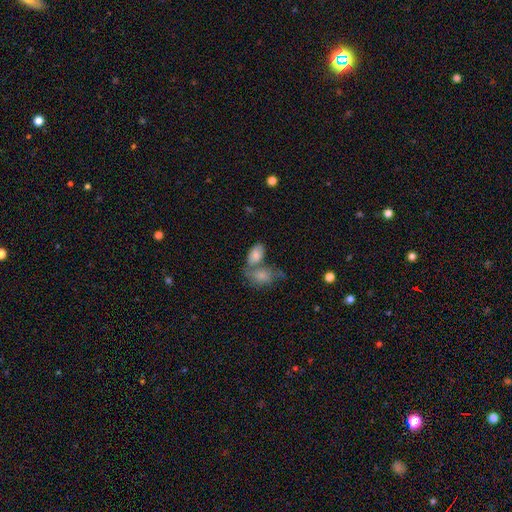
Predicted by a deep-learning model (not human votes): smooth-or-featured: smooth: 80% | featured or disk: 13% | star or artifact: 7%
  how-rounded: in between: 92% | round: 6% | cigar-shaped: 2%
  merging: merger: 47% | none: 35% | minor disturbance: 12% | major disturbance: 5%